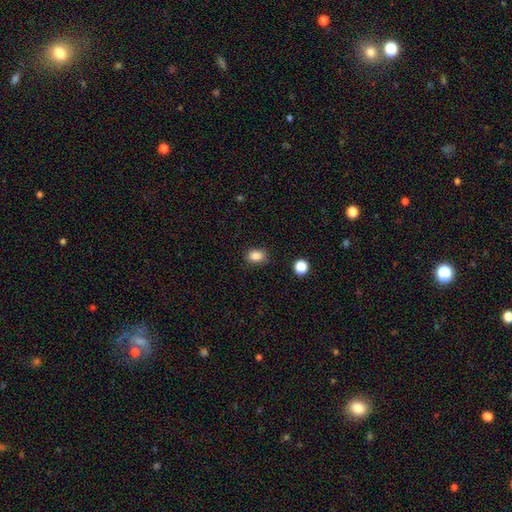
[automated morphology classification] smooth-or-featured: smooth: 86% | star or artifact: 10% | featured or disk: 4%
  how-rounded: in between: 67% | round: 32% | cigar-shaped: 1%
  merging: none: 83% | minor disturbance: 12% | major disturbance: 3% | merger: 2%